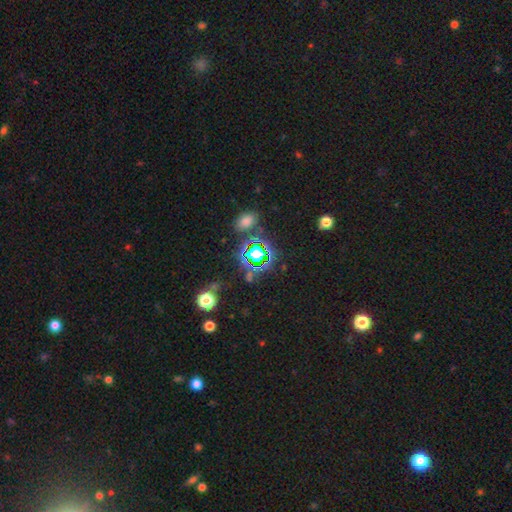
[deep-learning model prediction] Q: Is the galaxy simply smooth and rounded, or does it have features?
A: star or artifact — 67%.